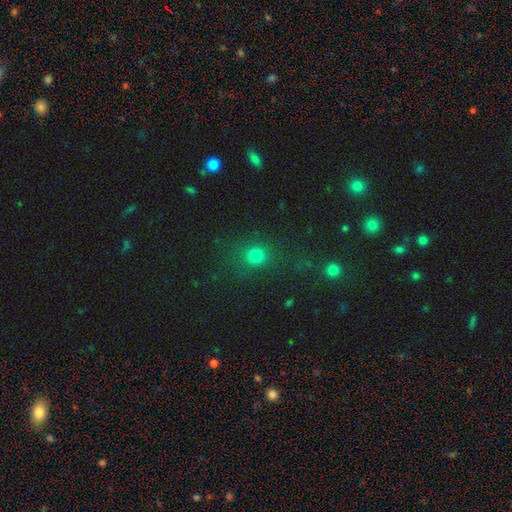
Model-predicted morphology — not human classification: Overall: smooth (75%). How rounded: round (83%). Merging: none (78%).